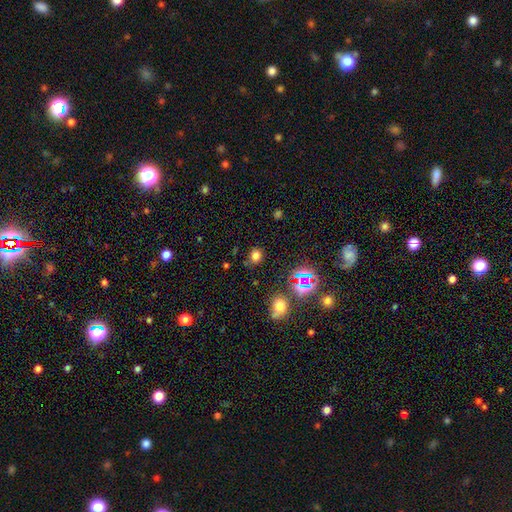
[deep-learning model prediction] This appears to be a smooth galaxy with no disk features (71%) that is round (65%). Merging: none (83%).